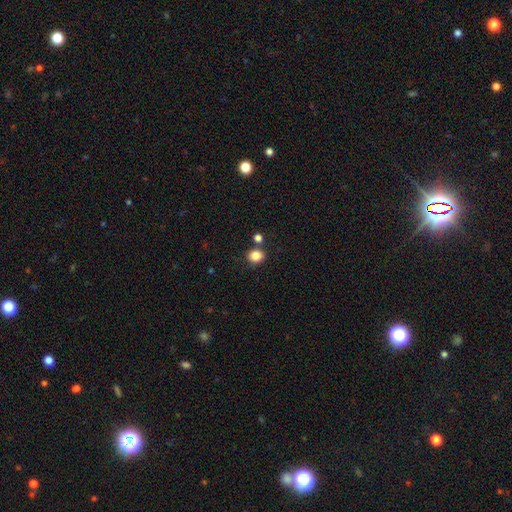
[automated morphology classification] The model was most divided on "how rounded": round: 67%, in between: 32%, cigar-shaped: 1%. More confident: smooth or featured — smooth (85%); merging — none (76%).